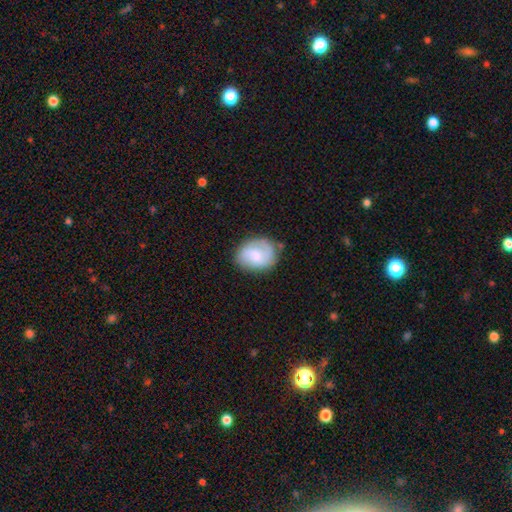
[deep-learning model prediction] smooth 51%, featured or disk 42%, star or artifact 7%. Down the decision tree: how rounded — in between (54%); merging — none (68%).